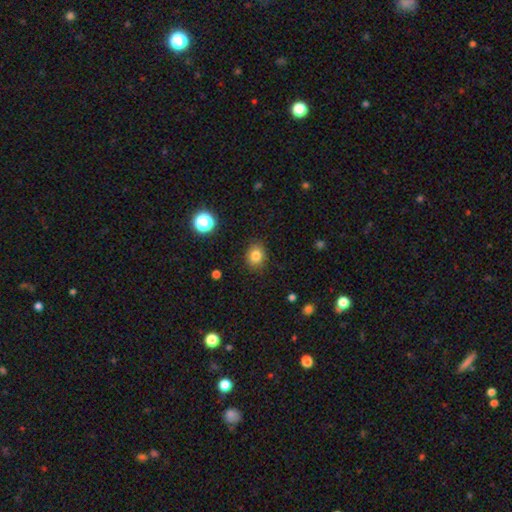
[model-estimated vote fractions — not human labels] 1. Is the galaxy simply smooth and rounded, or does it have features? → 81% smooth, 12% star or artifact, 6% featured or disk.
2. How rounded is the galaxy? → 60% round, 39% in between, 1% cigar-shaped.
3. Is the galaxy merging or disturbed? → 87% none, 9% minor disturbance, 2% major disturbance, 1% merger.